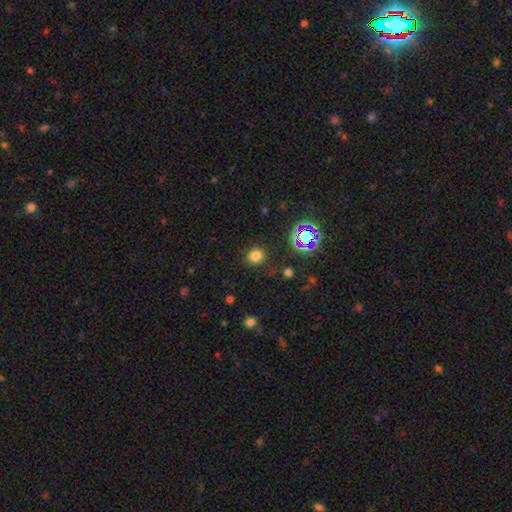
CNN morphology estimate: Overall: smooth (75%). How rounded: round (81%). Merging: none (85%).